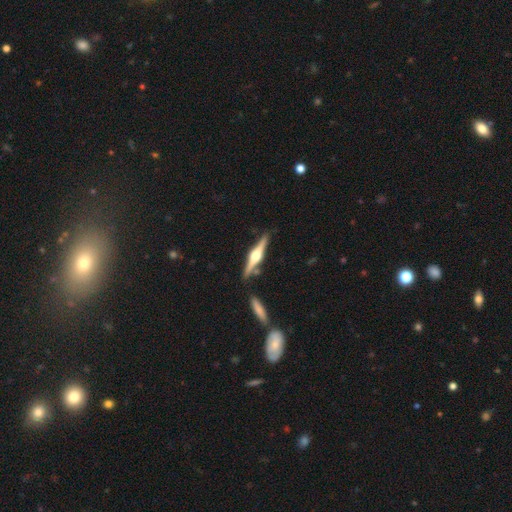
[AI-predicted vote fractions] A featured or disk galaxy (78%) viewed edge-on (98%) with a rounded central bulge (94%). Merging: none (83%).